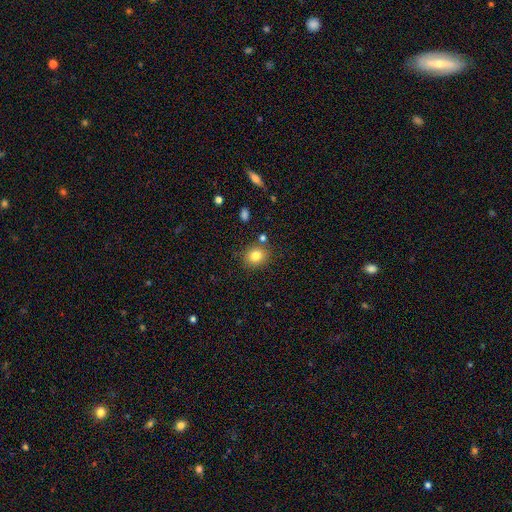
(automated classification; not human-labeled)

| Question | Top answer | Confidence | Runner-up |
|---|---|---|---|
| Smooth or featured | smooth | 82% | star or artifact (11%) |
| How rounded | round | 68% | in between (31%) |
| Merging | none | 82% | minor disturbance (10%) |